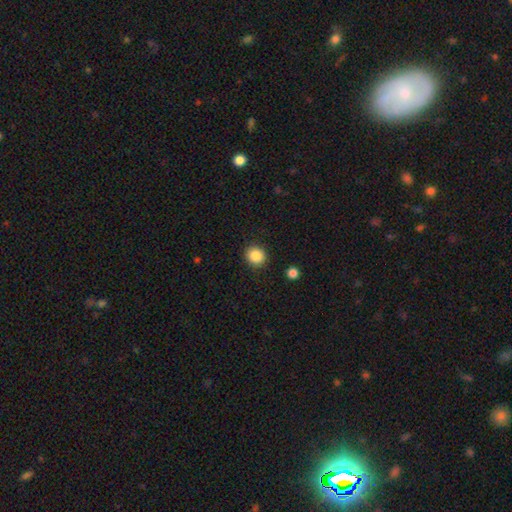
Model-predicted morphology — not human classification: smooth 87%, star or artifact 9%, featured or disk 3%. Down the decision tree: how rounded — round (86%); merging — none (90%).